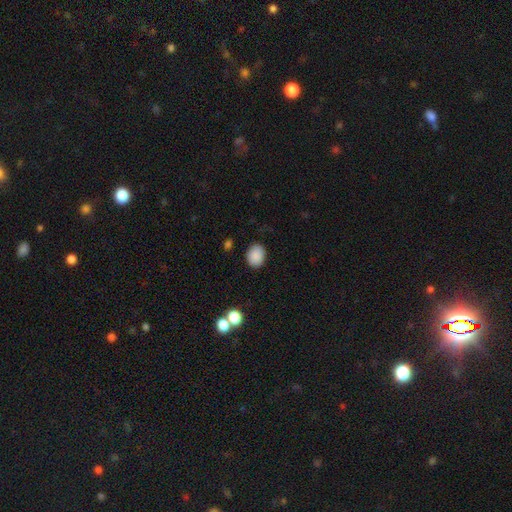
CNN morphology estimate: Overall: smooth (88%). How rounded: in between (59%; round 40%). Merging: none (86%).